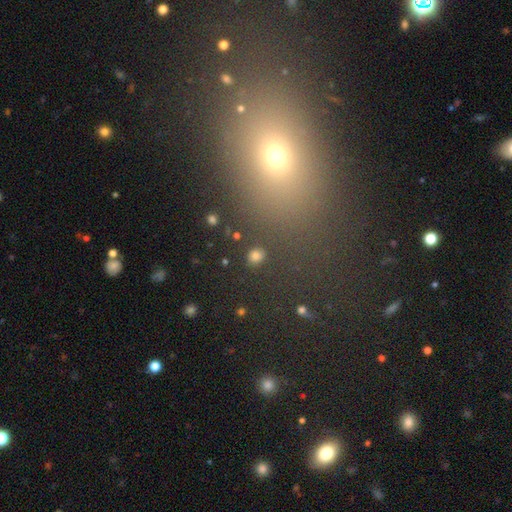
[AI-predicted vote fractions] smooth 79%, star or artifact 16%, featured or disk 5%. Down the decision tree: how rounded — round (70%); merging — none (88%).